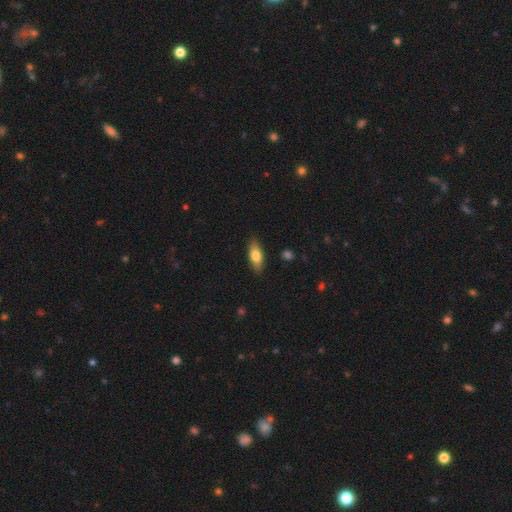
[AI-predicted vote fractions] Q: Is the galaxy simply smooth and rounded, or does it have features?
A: smooth — 75%.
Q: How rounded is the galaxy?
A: in between — 74%.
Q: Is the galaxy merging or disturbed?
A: none — 87%.